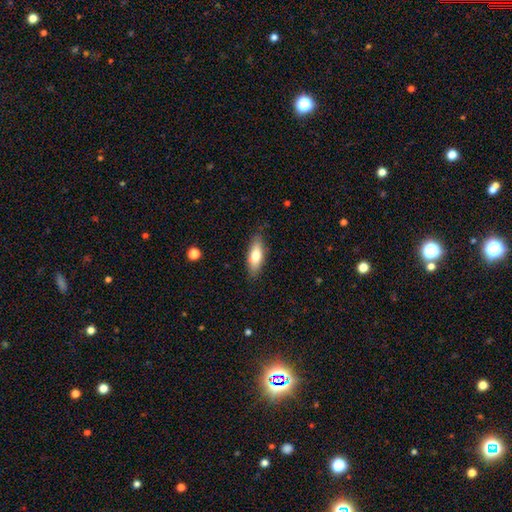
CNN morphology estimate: A smooth galaxy with no disk features (73%) that is in between round and cigar-shaped (67%).

Vote fractions:
- Smooth or featured? smooth: 73% / featured or disk: 21% / star or artifact: 6%
- How rounded? in between: 67% / cigar-shaped: 31% / round: 2%
- Merging? none: 83% / minor disturbance: 13% / major disturbance: 3% / merger: 1%